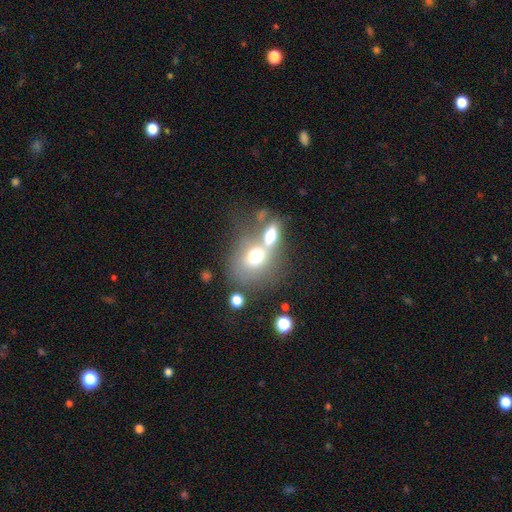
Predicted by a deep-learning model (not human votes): smooth_or_featured: smooth (p=0.66) [alt: featured or disk p=0.22]
how_rounded: round (p=0.52) [alt: in between p=0.46]
merging: merger (p=0.56) [alt: none p=0.28]